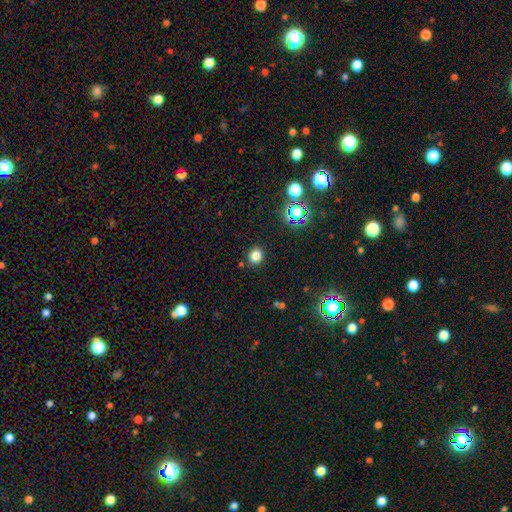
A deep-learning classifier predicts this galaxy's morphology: smooth-or-featured: smooth: 79% | star or artifact: 16% | featured or disk: 5%
  how-rounded: round: 82% | in between: 17% | cigar-shaped: 1%
  merging: none: 89% | minor disturbance: 7% | major disturbance: 2% | merger: 2%